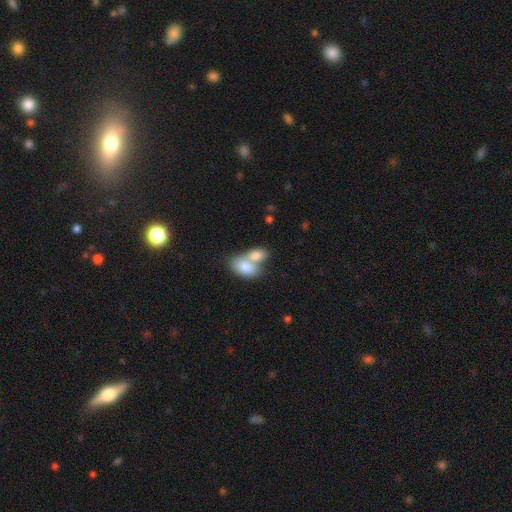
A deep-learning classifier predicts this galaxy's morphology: A smooth galaxy with no disk features (81%) that is in between round and cigar-shaped (88%). Merging: merger (71%).